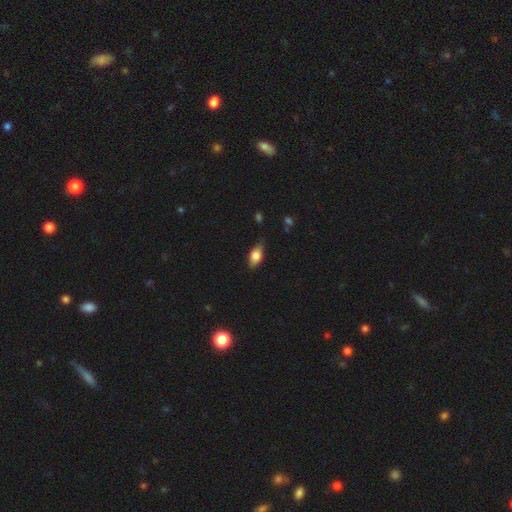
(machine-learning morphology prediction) The model was most divided on "merging": none: 70%, minor disturbance: 24%, major disturbance: 4%, merger: 2%. More confident: how rounded — in between (87%); smooth or featured — smooth (76%).